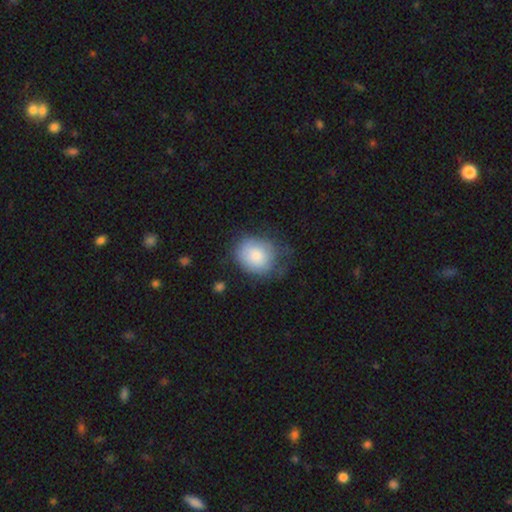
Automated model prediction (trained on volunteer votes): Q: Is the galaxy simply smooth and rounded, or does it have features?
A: smooth — 79%.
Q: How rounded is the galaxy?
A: round — 54%.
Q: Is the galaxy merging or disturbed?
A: none — 49%.